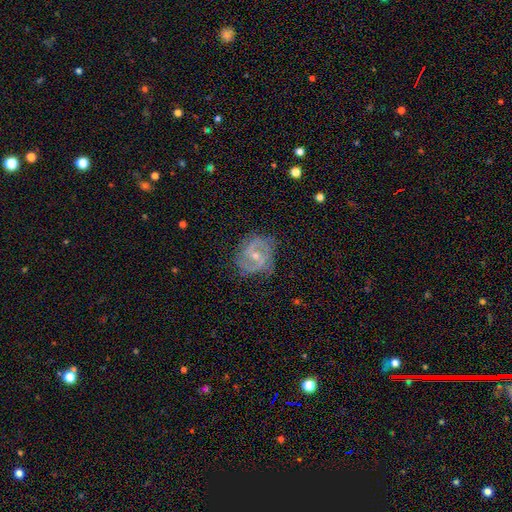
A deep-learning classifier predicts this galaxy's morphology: smooth_or_featured: featured or disk (p=0.85) [alt: smooth p=0.09]
disk_edge_on: no (p=0.98) [alt: yes p=0.02]
bar: weak (p=0.50) [alt: no p=0.32]
has_spiral_arms: yes (p=0.94) [alt: no p=0.06]
spiral_winding: medium (p=0.52) [alt: tight p=0.31]
spiral_arm_count: 2 (p=0.82) [alt: can't tell p=0.08]
bulge_size: small (p=0.49) [alt: moderate p=0.47]
merging: none (p=0.72) [alt: minor disturbance p=0.19]